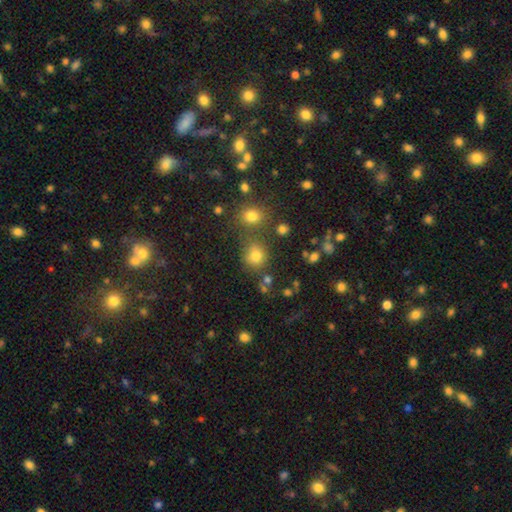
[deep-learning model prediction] Smooth or featured?
  - smooth: 75% *
  - star or artifact: 18%
  - featured or disk: 7%
How rounded?
  - round: 82% *
  - in between: 17%
  - cigar-shaped: 1%
Merging?
  - none: 65% *
  - merger: 18%
  - minor disturbance: 12%
  - major disturbance: 6%